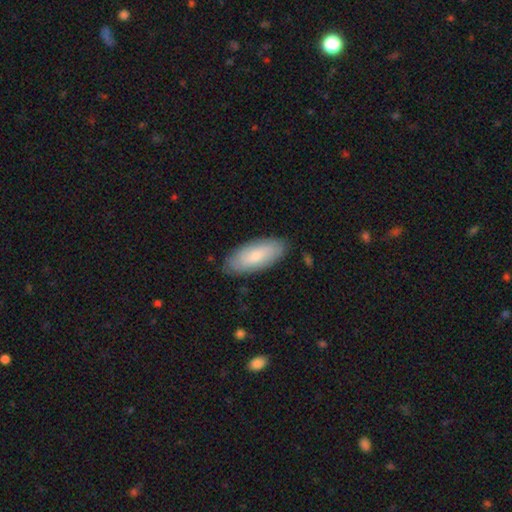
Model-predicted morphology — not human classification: Smooth or featured? smooth (71%)
How rounded? in between (83%)
Merging? none (83%)